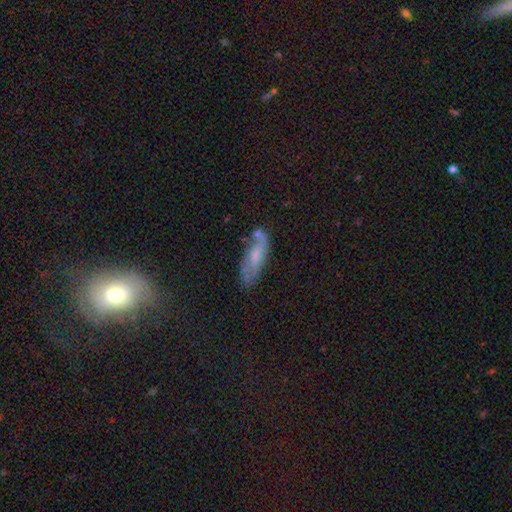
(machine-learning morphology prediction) This appears to be a smooth galaxy with no disk features (46%). Merging: none (57%).